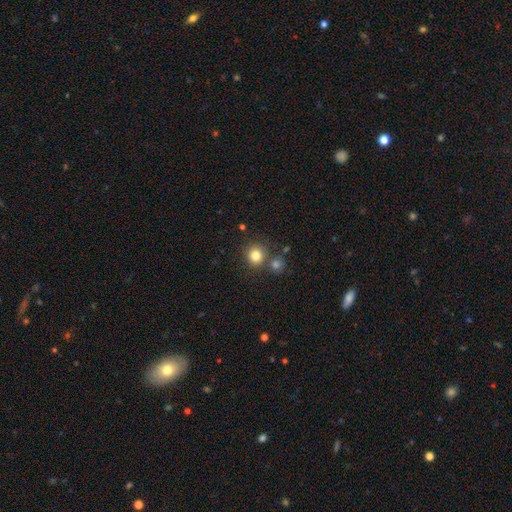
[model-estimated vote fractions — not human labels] Smooth or featured: smooth — 82% (star or artifact — 12%)
How rounded: round — 89% (in between — 10%)
Merging: none — 74% (merger — 14%)